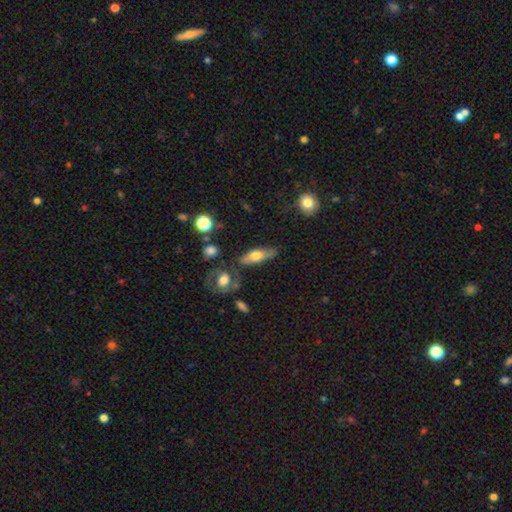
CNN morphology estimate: smooth_or_featured: smooth (p=0.57) [alt: featured or disk p=0.36]
how_rounded: in between (p=0.54) [alt: cigar-shaped p=0.42]
merging: none (p=0.67) [alt: minor disturbance p=0.20]